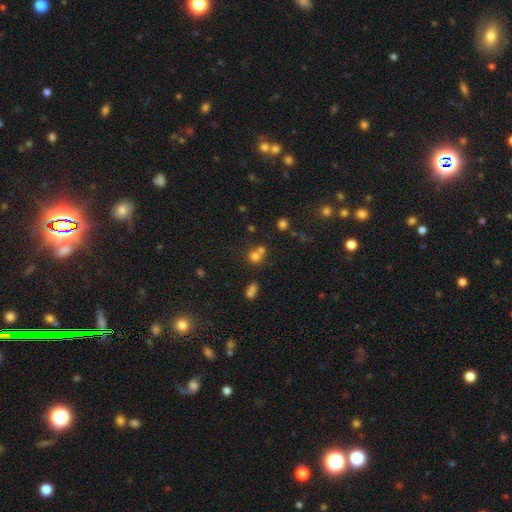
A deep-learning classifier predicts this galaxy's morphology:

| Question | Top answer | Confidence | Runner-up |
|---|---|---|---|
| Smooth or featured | smooth | 68% | star or artifact (20%) |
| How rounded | round | 81% | in between (18%) |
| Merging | merger | 45% | none (44%) |